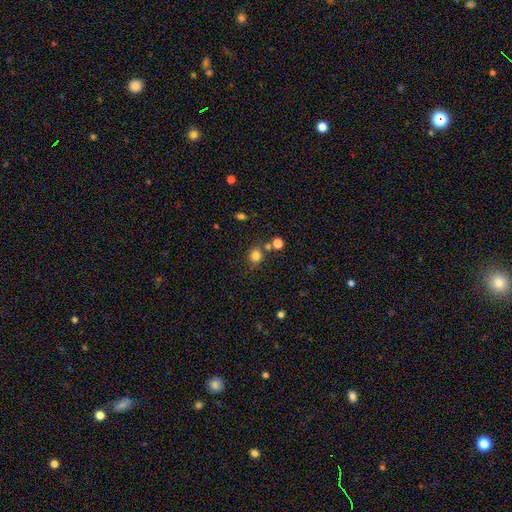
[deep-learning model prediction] Q: Smooth or featured?
A: smooth (80%); runner-up: star or artifact (13%)
Q: How rounded?
A: round (80%); runner-up: in between (19%)
Q: Merging?
A: none (70%); runner-up: merger (14%)